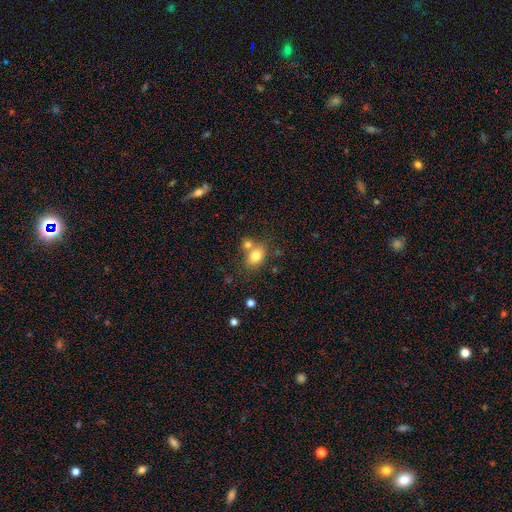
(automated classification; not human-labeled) A smooth galaxy with no disk features (78%) that is in between round and cigar-shaped (67%). Merging: none (53%).